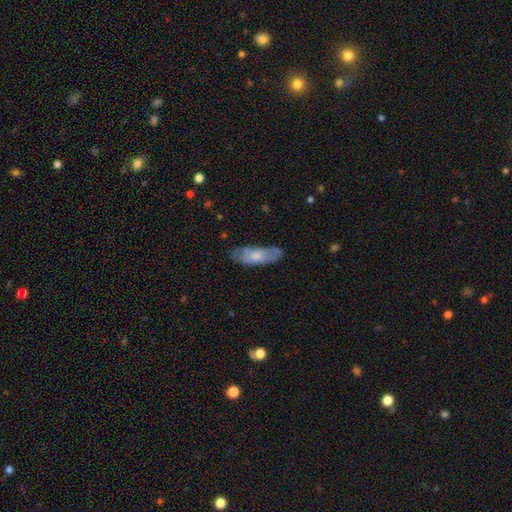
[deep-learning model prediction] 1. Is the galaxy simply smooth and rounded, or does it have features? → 66% smooth, 28% featured or disk, 6% star or artifact.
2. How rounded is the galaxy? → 68% in between, 30% cigar-shaped, 2% round.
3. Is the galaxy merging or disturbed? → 63% none, 27% minor disturbance, 8% major disturbance, 2% merger.